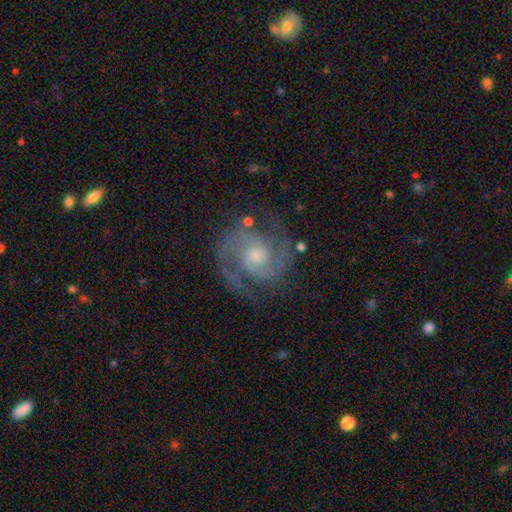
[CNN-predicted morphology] Smooth or featured? Predicted: featured or disk (p=0.93). Edge-on disk? Predicted: no (p=0.98). Bar? Predicted: no (p=0.59). Spiral arms? Predicted: yes (p=0.98). Spiral winding? Predicted: medium (p=0.54). Spiral arm count? Predicted: 2 (p=0.91). Bulge size? Predicted: moderate (p=0.51). Merging? Predicted: none (p=0.78).